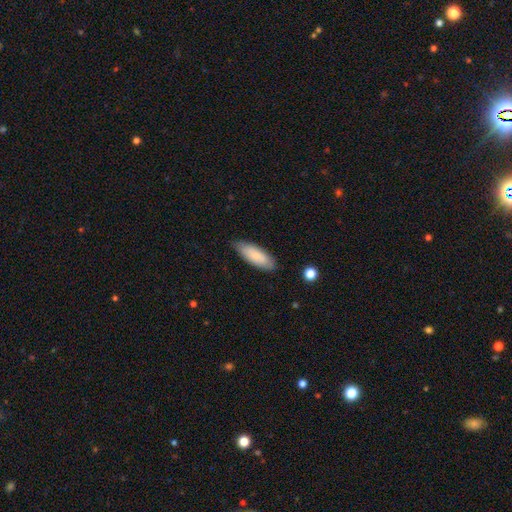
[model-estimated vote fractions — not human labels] Smooth or featured?
  - smooth: 80% *
  - featured or disk: 14%
  - star or artifact: 6%
How rounded?
  - in between: 70% *
  - cigar-shaped: 29%
  - round: 2%
Merging?
  - none: 79% *
  - minor disturbance: 17%
  - major disturbance: 3%
  - merger: 1%